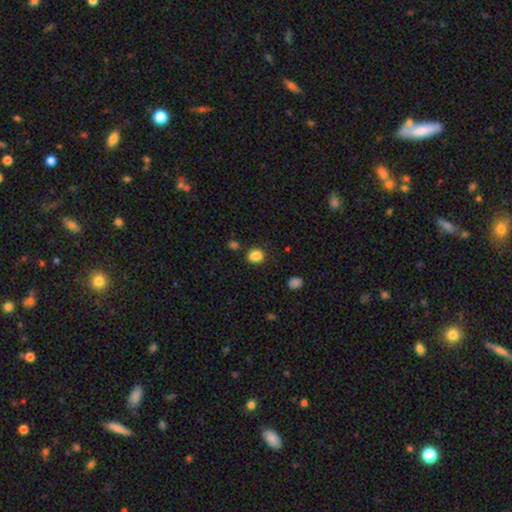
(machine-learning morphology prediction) Smooth or featured? Predicted: smooth (p=0.86). How rounded? Predicted: round (p=0.63). Merging? Predicted: none (p=0.78).